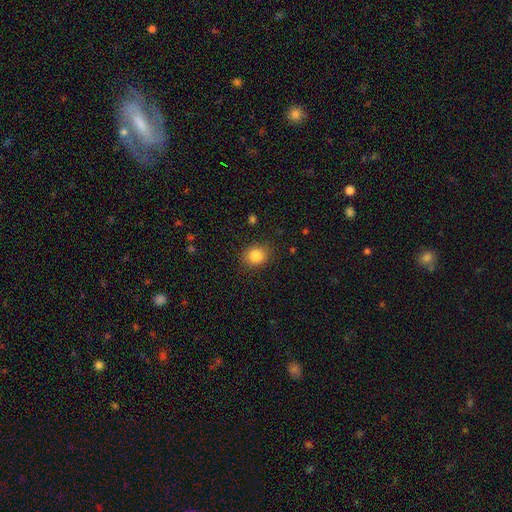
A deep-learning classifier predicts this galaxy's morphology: type=smooth (85%); roundness=round (66%); merging=none (85%).